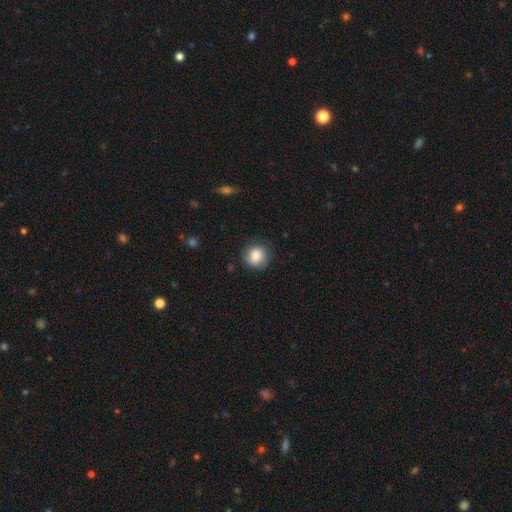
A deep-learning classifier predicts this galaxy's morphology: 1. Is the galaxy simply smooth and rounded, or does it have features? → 81% smooth, 11% featured or disk, 8% star or artifact.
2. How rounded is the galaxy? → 87% round, 12% in between, 1% cigar-shaped.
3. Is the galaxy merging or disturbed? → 78% none, 17% minor disturbance, 4% major disturbance, 1% merger.